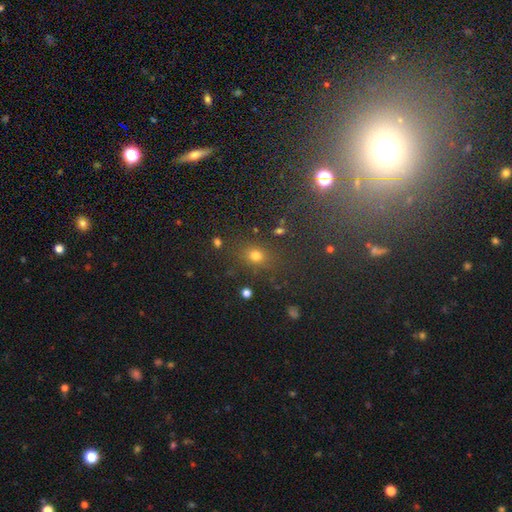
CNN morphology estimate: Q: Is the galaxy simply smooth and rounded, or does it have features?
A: smooth — 68%.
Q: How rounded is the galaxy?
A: round — 56%.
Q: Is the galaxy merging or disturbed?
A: none — 76%.